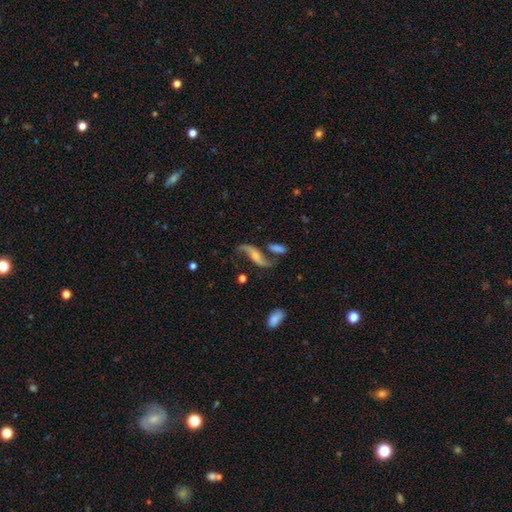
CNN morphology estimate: This appears to be a featured or disk galaxy (84%) with no bar (51%), 2 (91%) loose (86%) spiral arms (94%) and a moderate central bulge (45%). Merging: none (58%).